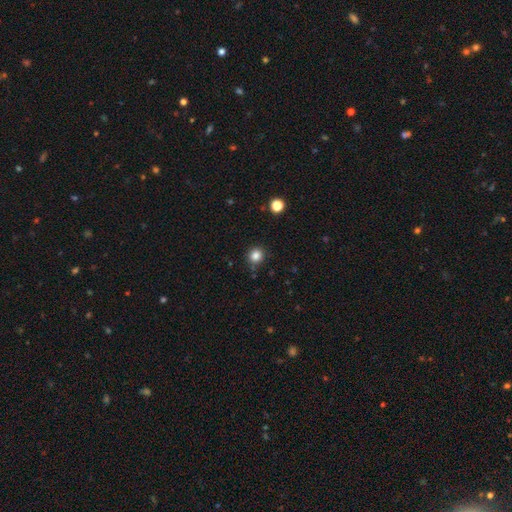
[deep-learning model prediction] Overall: smooth (84%). How rounded: round (91%). Merging: none (85%).